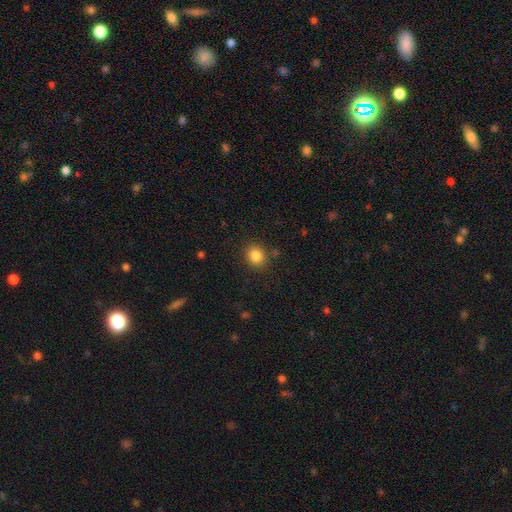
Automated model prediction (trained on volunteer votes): A smooth galaxy with no disk features (85%) that is round (72%). Merging: none (85%).